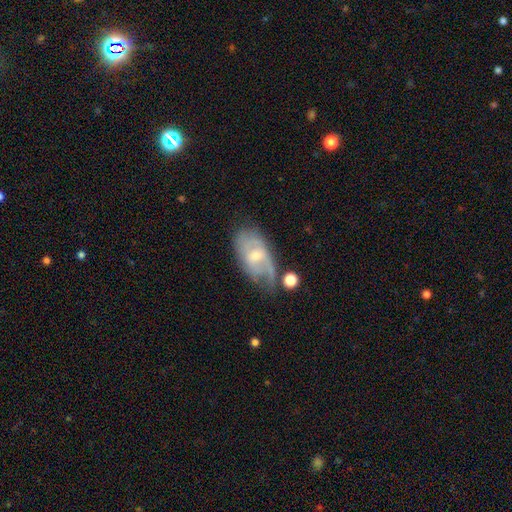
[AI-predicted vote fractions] This is likely a featured or disk galaxy (67%). It is clearly not viewed edge-on (94%). Bar: possibly weak (48%). Spiral arm pattern: clearly yes (83%). Spiral arm count: marginally 2 (44%). Spiral winding: marginally medium (44%). Central bulge: possibly moderate (46%, tied with small). Merging: possibly none (47%).